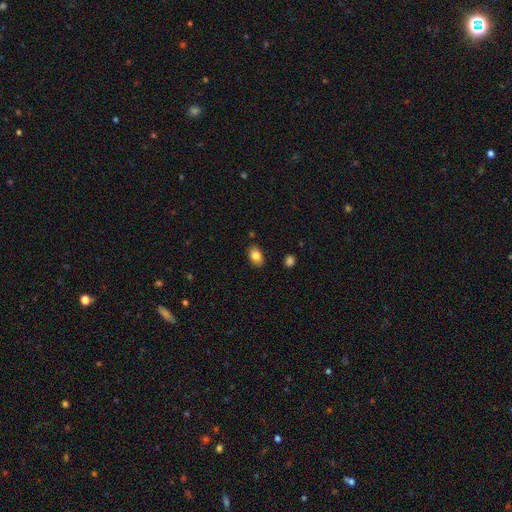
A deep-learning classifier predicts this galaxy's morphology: A smooth galaxy with no disk features (84%) that is in between round and cigar-shaped (85%). Merging: none (85%).